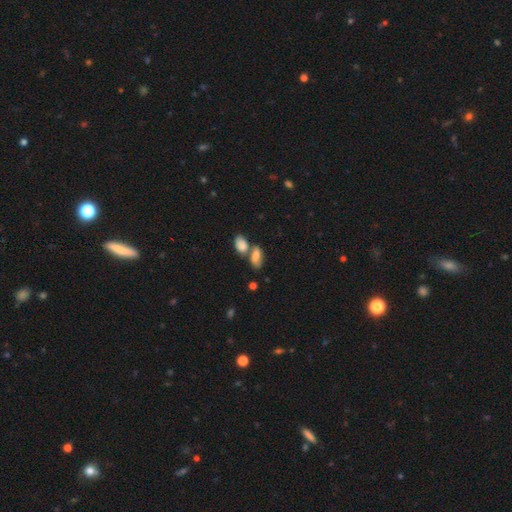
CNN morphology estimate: Smooth or featured: smooth — 75% (featured or disk — 16%)
How rounded: in between — 88% (cigar-shaped — 6%)
Merging: merger — 53% (none — 30%)